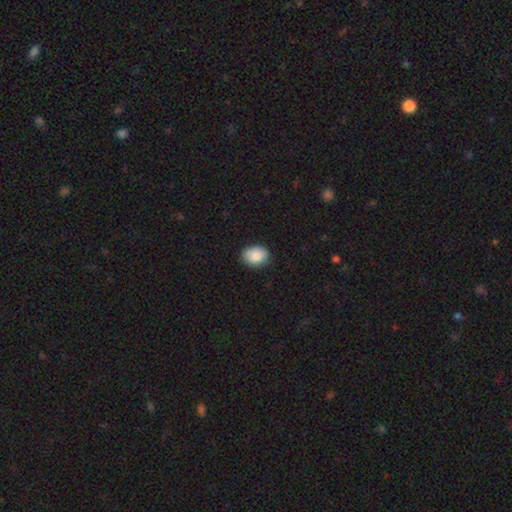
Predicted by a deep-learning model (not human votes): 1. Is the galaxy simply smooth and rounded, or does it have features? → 88% smooth, 7% star or artifact, 5% featured or disk.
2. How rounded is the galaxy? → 70% in between, 29% round, 1% cigar-shaped.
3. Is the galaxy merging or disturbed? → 84% none, 12% minor disturbance, 2% major disturbance, 1% merger.